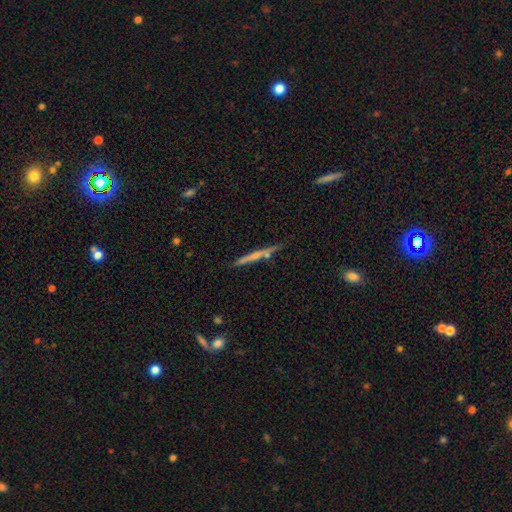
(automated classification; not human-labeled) This appears to be a featured or disk galaxy (54%) viewed edge-on (96%) with no central bulge (59%). Merging: none (81%).